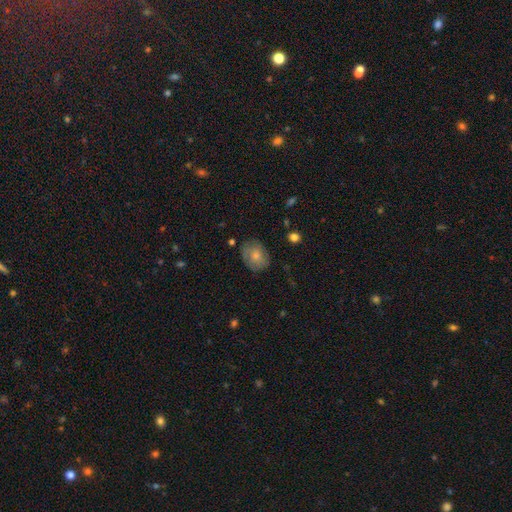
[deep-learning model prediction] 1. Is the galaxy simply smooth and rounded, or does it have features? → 73% smooth, 20% featured or disk, 8% star or artifact.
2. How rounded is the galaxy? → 60% in between, 39% round, 1% cigar-shaped.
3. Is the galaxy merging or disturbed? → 72% none, 20% minor disturbance, 6% major disturbance, 2% merger.